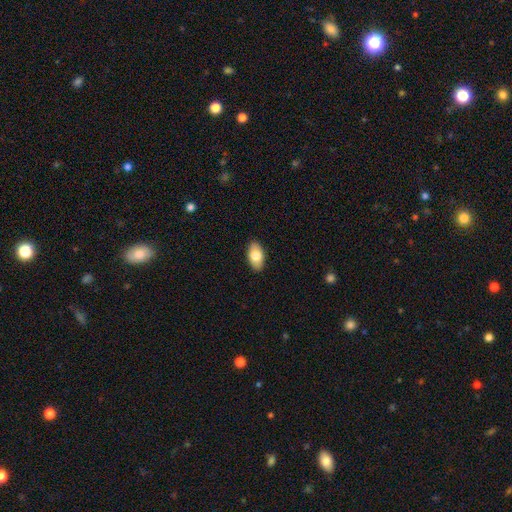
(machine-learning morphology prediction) smooth 79%, featured or disk 15%, star or artifact 6%. Down the decision tree: how rounded — in between (94%); merging — none (89%).